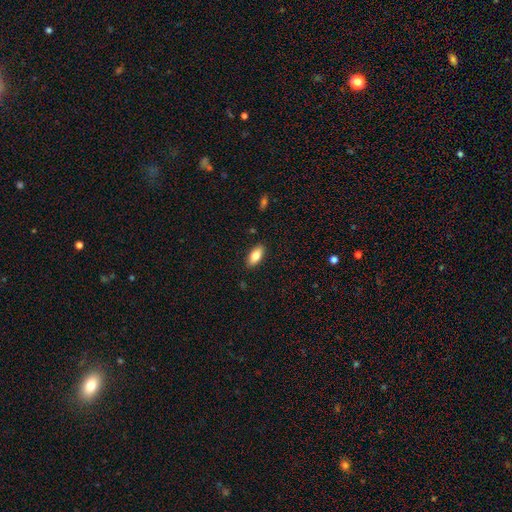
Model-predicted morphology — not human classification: Q: Smooth or featured?
A: smooth (82%); runner-up: featured or disk (11%)
Q: How rounded?
A: in between (90%); runner-up: cigar-shaped (7%)
Q: Merging?
A: none (88%); runner-up: minor disturbance (9%)